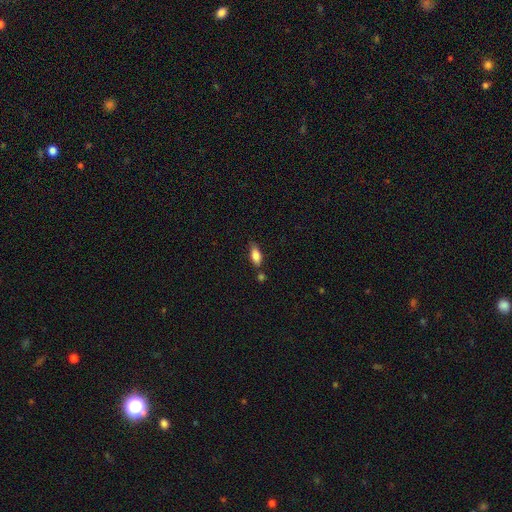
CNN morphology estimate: This appears to be a smooth galaxy with no disk features (84%) that is in between round and cigar-shaped (83%). Merging: none (65%).